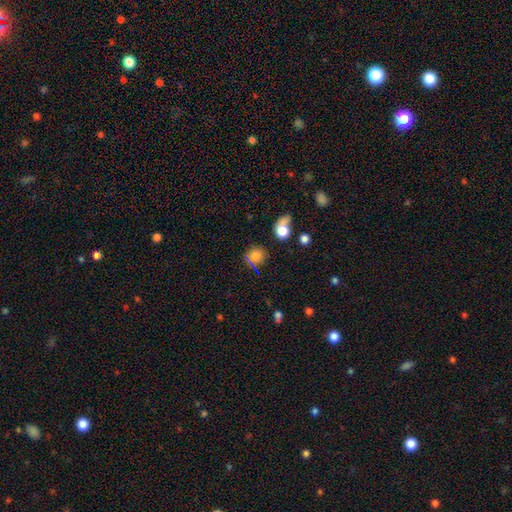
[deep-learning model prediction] Smooth or featured? smooth (73%)
How rounded? round (89%)
Merging? none (73%)